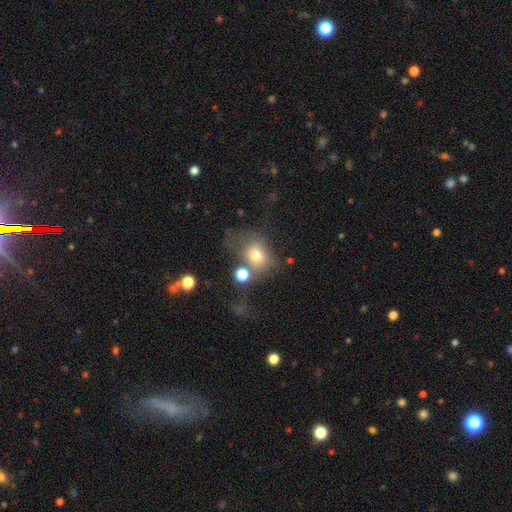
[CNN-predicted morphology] Q: Smooth or featured?
A: smooth (70%); runner-up: featured or disk (16%)
Q: How rounded?
A: round (55%); runner-up: in between (44%)
Q: Merging?
A: none (39%); runner-up: major disturbance (21%)